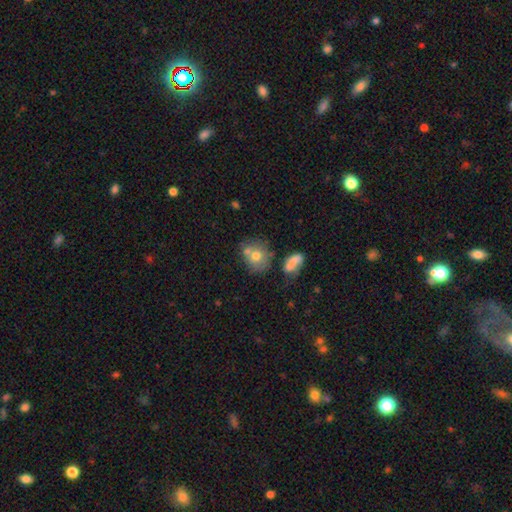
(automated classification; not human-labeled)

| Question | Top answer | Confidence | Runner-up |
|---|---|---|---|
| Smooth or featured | smooth | 68% | featured or disk (21%) |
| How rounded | round | 74% | in between (25%) |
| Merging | none | 48% | merger (30%) |